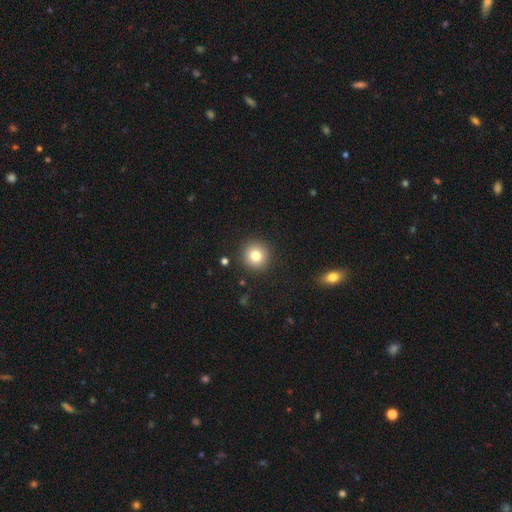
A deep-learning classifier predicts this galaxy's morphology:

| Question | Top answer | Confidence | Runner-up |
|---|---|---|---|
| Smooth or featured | smooth | 80% | star or artifact (11%) |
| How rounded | round | 94% | in between (5%) |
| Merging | none | 91% | minor disturbance (6%) |